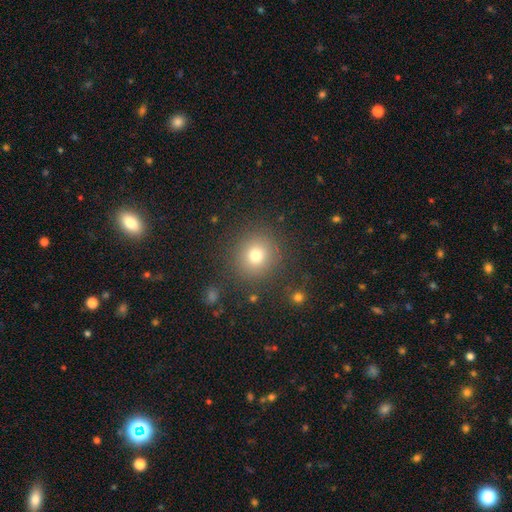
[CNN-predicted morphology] smooth 75%, star or artifact 15%, featured or disk 10%. Down the decision tree: how rounded — round (92%); merging — none (86%).